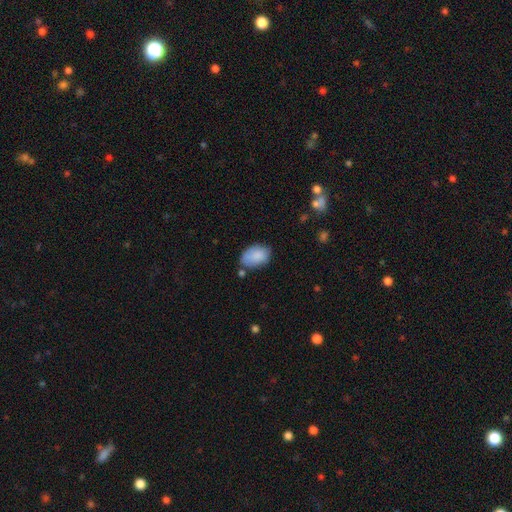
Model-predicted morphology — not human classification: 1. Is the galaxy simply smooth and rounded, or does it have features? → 86% smooth, 7% featured or disk, 7% star or artifact.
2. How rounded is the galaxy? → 89% in between, 10% round, 1% cigar-shaped.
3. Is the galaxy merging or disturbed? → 64% none, 24% minor disturbance, 6% major disturbance, 6% merger.